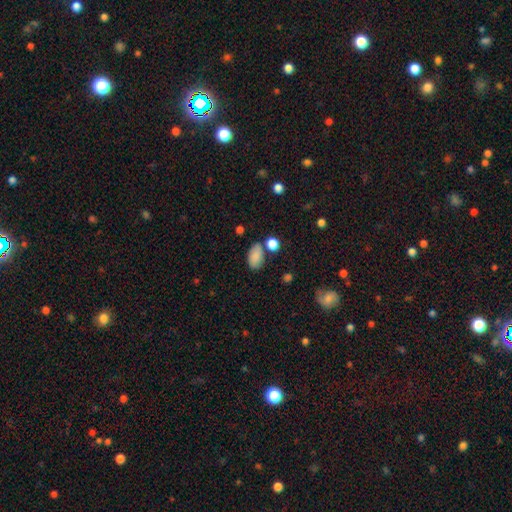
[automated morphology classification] type=smooth (85%); roundness=in between (89%); merging=none (68%).